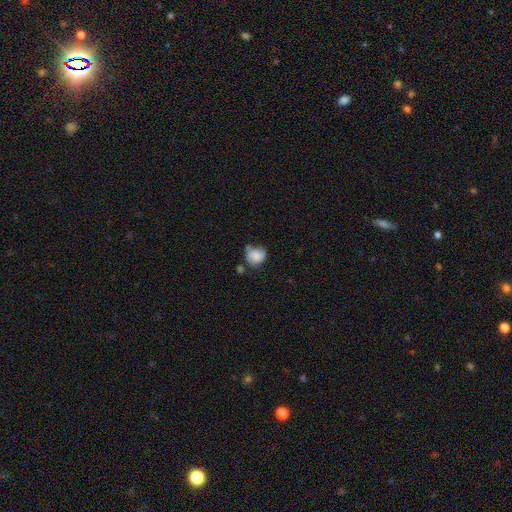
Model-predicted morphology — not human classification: Smooth or featured?
  - smooth: 71% *
  - featured or disk: 20%
  - star or artifact: 9%
How rounded?
  - round: 64% *
  - in between: 35%
  - cigar-shaped: 1%
Merging?
  - none: 47% *
  - minor disturbance: 30%
  - merger: 13%
  - major disturbance: 10%